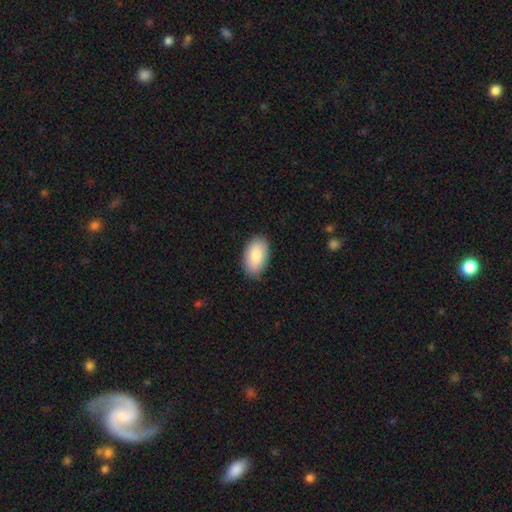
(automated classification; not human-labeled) A smooth galaxy with no disk features (85%) that is in between round and cigar-shaped (94%). Merging: none (85%).